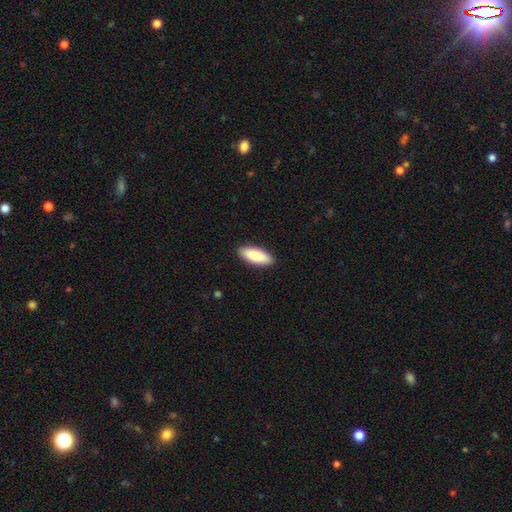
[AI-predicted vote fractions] The model was most divided on "how rounded": in between: 71%, cigar-shaped: 28%, round: 2%. More confident: merging — none (90%); smooth or featured — smooth (85%).